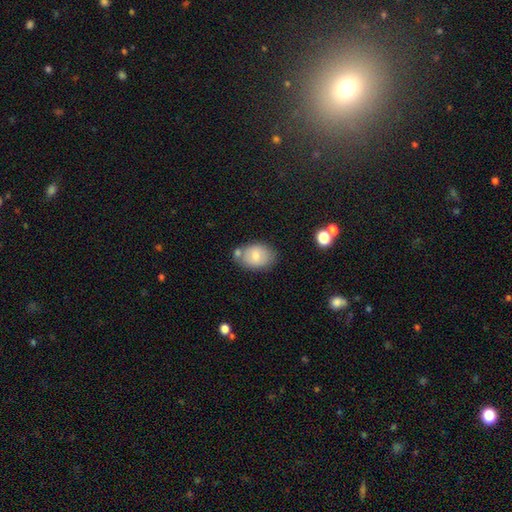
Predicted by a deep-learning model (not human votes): This appears to be a smooth galaxy with no disk features (73%) that is in between round and cigar-shaped (75%). Merging: none (62%).